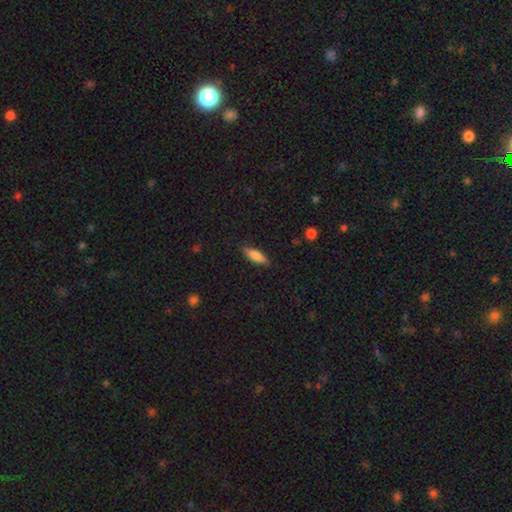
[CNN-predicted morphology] The model was most divided on "how rounded": in between: 56%, cigar-shaped: 42%, round: 2%. More confident: merging — none (83%); smooth or featured — smooth (75%).